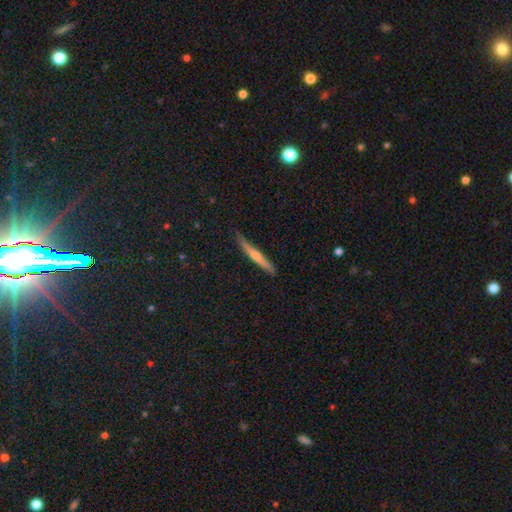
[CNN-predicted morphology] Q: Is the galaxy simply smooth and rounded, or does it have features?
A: featured or disk — 62%.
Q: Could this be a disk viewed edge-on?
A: yes — 96%.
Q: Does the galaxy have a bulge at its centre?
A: rounded — 74%.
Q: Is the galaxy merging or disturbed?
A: none — 87%.